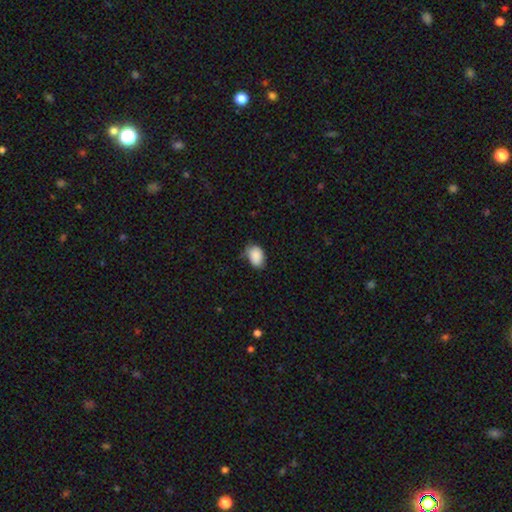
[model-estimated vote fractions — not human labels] A smooth galaxy with no disk features (89%) that is in between round and cigar-shaped (83%). Merging: none (64%).